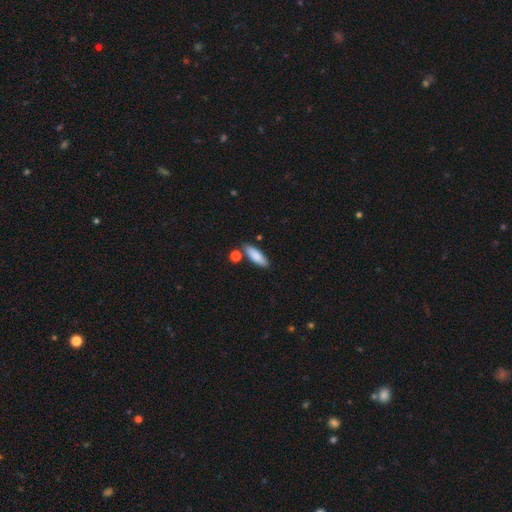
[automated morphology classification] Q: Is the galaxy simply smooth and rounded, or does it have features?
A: smooth — 85%.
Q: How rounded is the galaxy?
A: in between — 59%.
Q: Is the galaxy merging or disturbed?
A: none — 79%.